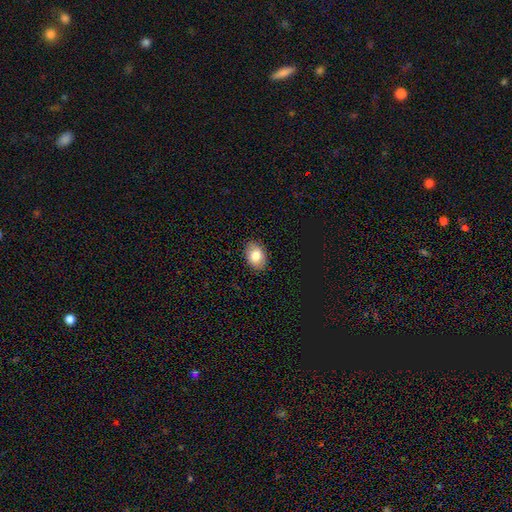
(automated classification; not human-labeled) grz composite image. It shows a smooth galaxy with no disk features (83%) that is in between round and cigar-shaped (79%). Merging: none (87%).